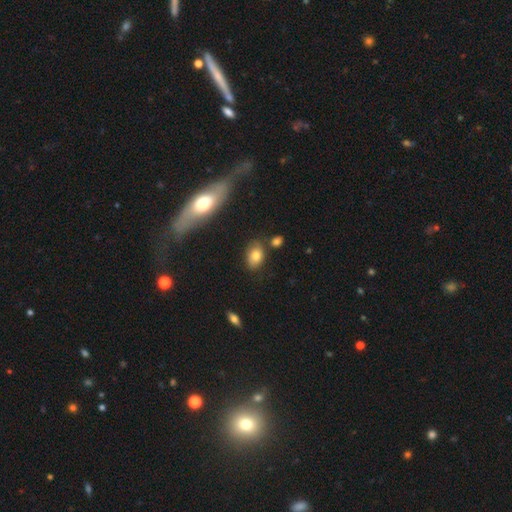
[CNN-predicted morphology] A smooth galaxy with no disk features (78%) that is in between round and cigar-shaped (81%). Merging: none (74%).